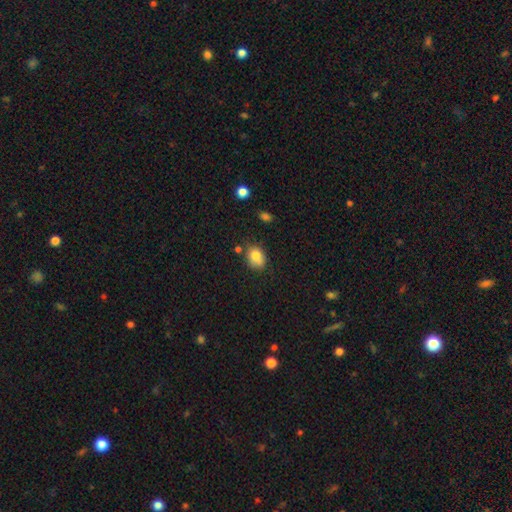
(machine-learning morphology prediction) smooth-or-featured: smooth: 77% | featured or disk: 13% | star or artifact: 10%
  how-rounded: in between: 56% | round: 43% | cigar-shaped: 1%
  merging: none: 54% | minor disturbance: 25% | merger: 14% | major disturbance: 7%